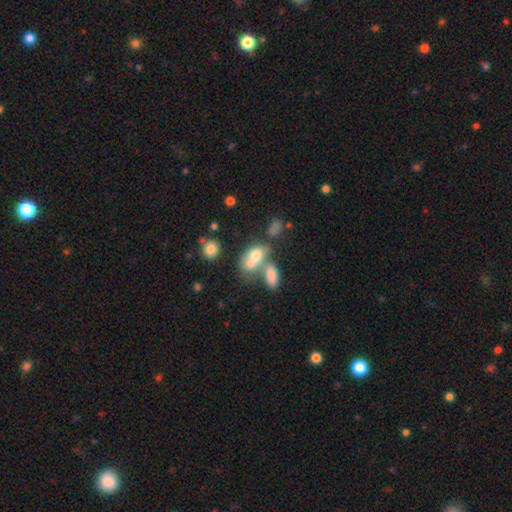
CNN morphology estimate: smooth-or-featured: smooth: 66% | featured or disk: 22% | star or artifact: 11%
  how-rounded: in between: 81% | round: 16% | cigar-shaped: 3%
  merging: merger: 58% | none: 22% | minor disturbance: 11% | major disturbance: 9%